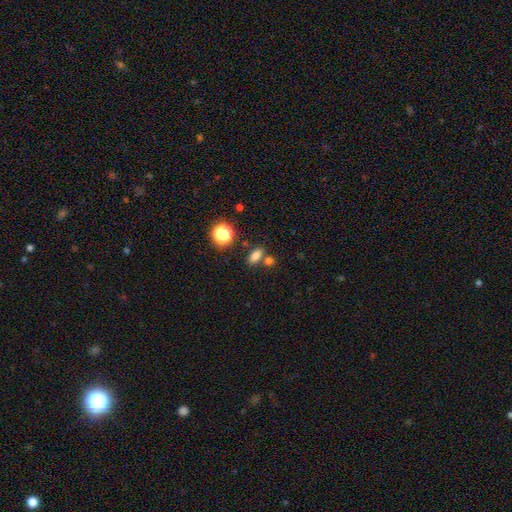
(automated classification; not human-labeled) Q: Smooth or featured?
A: smooth (79%); runner-up: star or artifact (15%)
Q: How rounded?
A: in between (79%); runner-up: round (15%)
Q: Merging?
A: none (68%); runner-up: merger (19%)